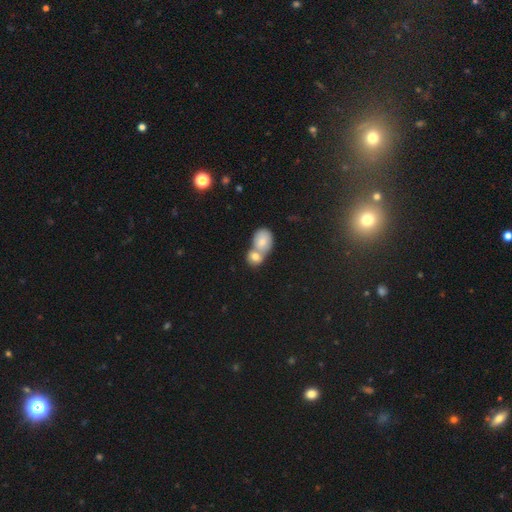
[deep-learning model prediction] Overall: smooth (69%). How rounded: round (56%; in between 42%). Merging: merger (62%; none 30%).